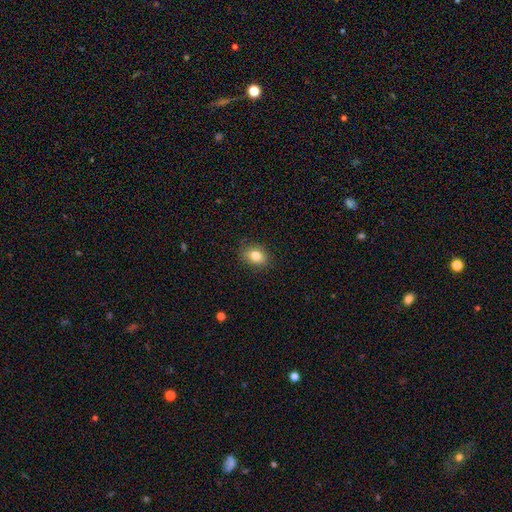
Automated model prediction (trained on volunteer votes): smooth-or-featured: smooth: 82% | star or artifact: 10% | featured or disk: 9%
  how-rounded: in between: 66% | round: 33% | cigar-shaped: 1%
  merging: none: 85% | minor disturbance: 11% | major disturbance: 3% | merger: 1%